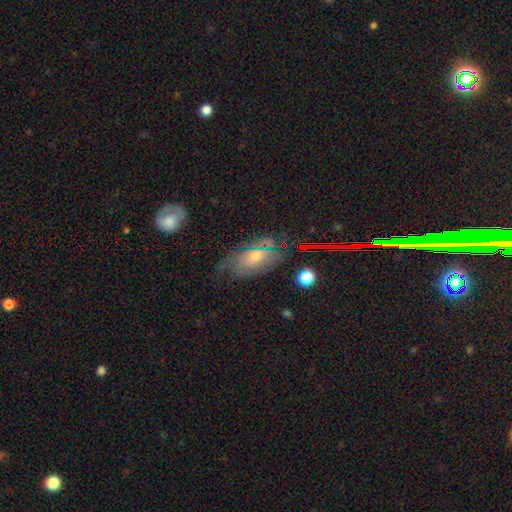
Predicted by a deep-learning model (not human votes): featured or disk 56%, smooth 30%, star or artifact 15%. Down the decision tree: edge-on disk — no (89%); merging — none (56%).